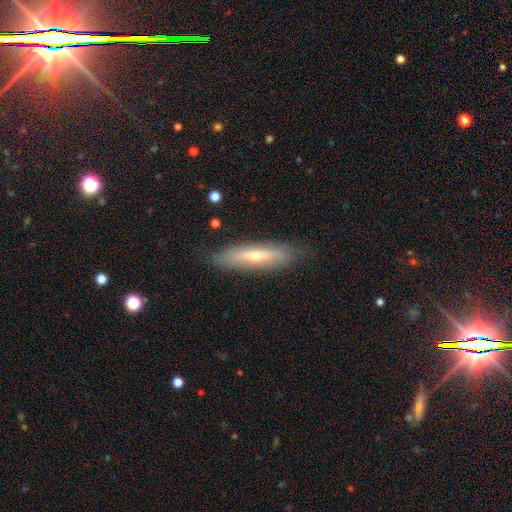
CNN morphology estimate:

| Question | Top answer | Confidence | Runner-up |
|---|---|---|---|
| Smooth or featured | featured or disk | 57% | smooth (36%) |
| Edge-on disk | yes | 71% | no (29%) |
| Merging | none | 82% | minor disturbance (13%) |